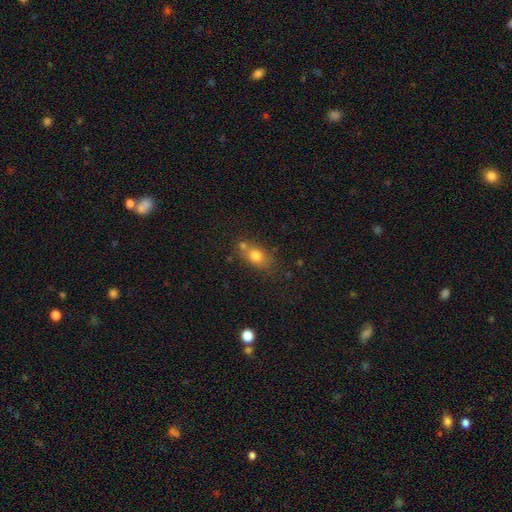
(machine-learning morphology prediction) smooth-or-featured: smooth: 76% | featured or disk: 13% | star or artifact: 11%
  how-rounded: in between: 67% | round: 29% | cigar-shaped: 4%
  merging: none: 59% | merger: 21% | minor disturbance: 15% | major disturbance: 5%